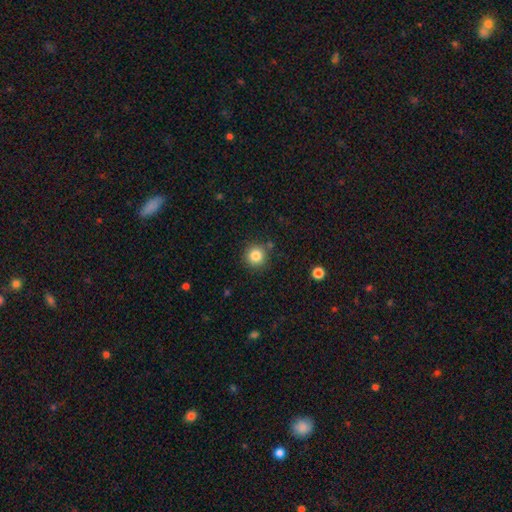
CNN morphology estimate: Smooth or featured? smooth (83%)
How rounded? round (94%)
Merging? none (86%)